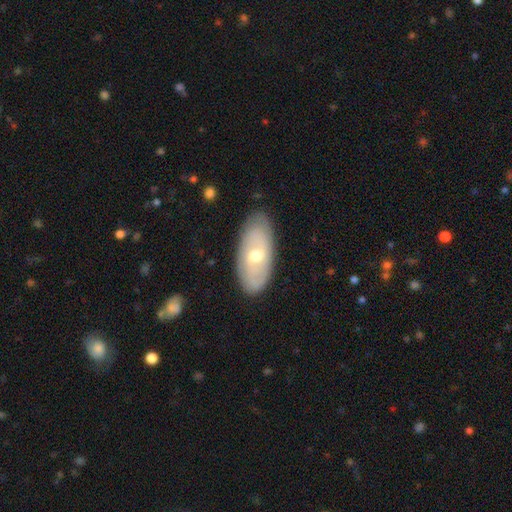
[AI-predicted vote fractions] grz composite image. It shows a featured or disk galaxy (50%). Merging: none (81%).